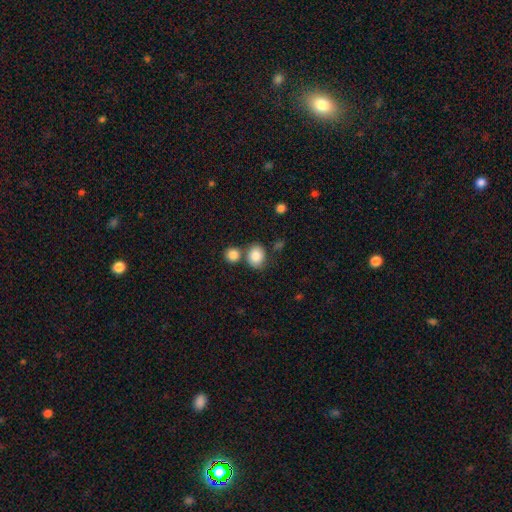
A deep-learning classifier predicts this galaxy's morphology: Q: Smooth or featured?
A: smooth (84%); runner-up: star or artifact (9%)
Q: How rounded?
A: round (62%); runner-up: in between (37%)
Q: Merging?
A: none (62%); runner-up: merger (22%)